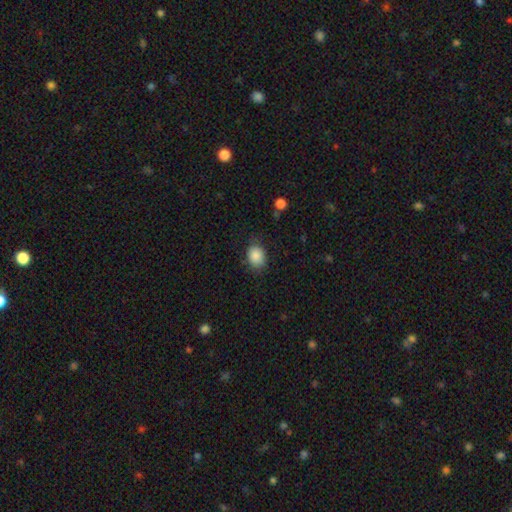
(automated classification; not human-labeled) Smooth or featured: smooth — 87% (star or artifact — 8%)
How rounded: in between — 59% (round — 40%)
Merging: none — 77% (minor disturbance — 17%)